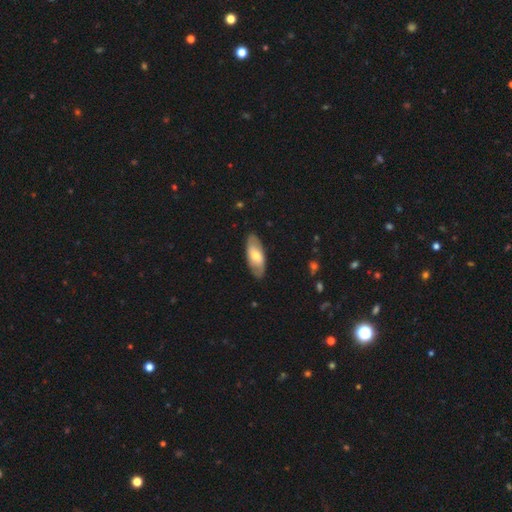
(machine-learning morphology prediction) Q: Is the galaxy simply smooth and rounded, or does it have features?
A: smooth — 59%.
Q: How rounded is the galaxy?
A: in between — 82%.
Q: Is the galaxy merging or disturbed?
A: none — 86%.